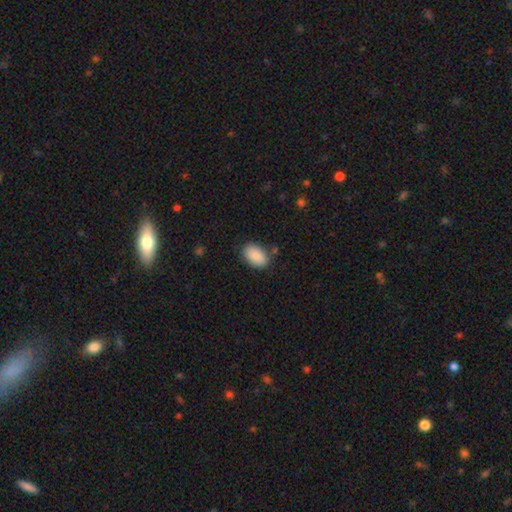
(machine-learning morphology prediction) Smooth or featured? Predicted: smooth (p=0.89). How rounded? Predicted: in between (p=0.92). Merging? Predicted: none (p=0.80).